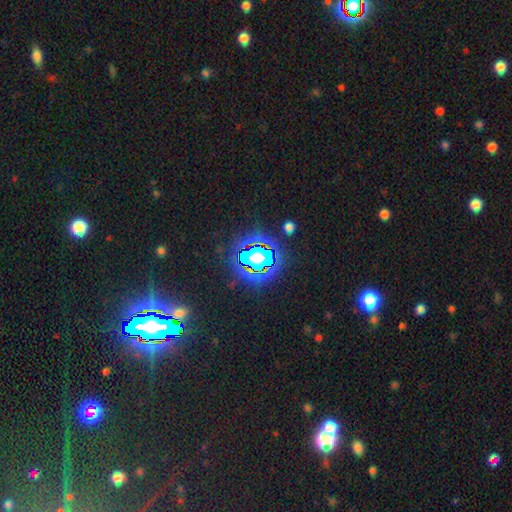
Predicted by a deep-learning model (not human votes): Smooth or featured? star or artifact (83%)